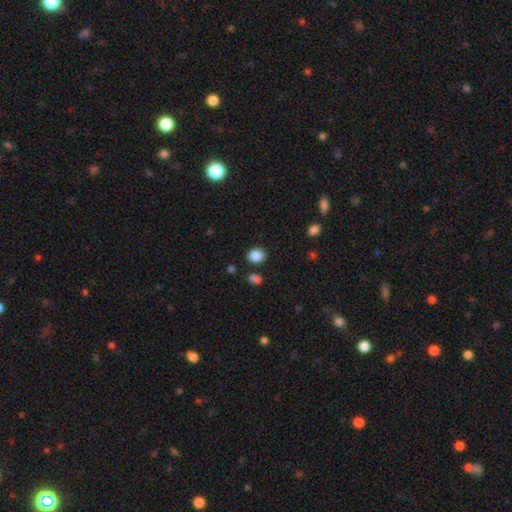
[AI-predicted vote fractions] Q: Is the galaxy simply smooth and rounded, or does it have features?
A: smooth — 87%.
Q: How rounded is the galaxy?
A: round — 65%.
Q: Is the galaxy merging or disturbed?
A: none — 83%.